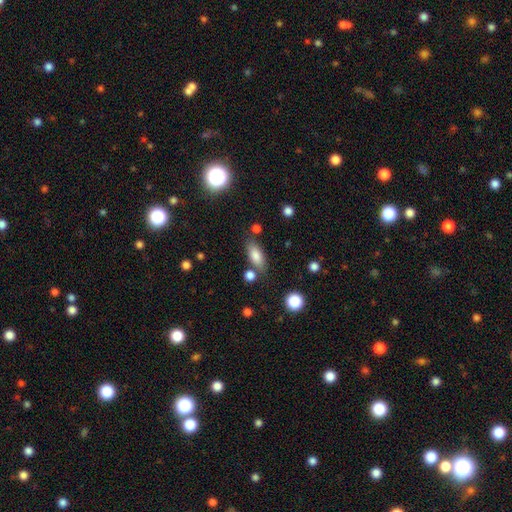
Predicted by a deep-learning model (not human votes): The model was most divided on "merging": none: 73%, minor disturbance: 14%, merger: 9%, major disturbance: 4%. More confident: how rounded — in between (83%); smooth or featured — smooth (80%).